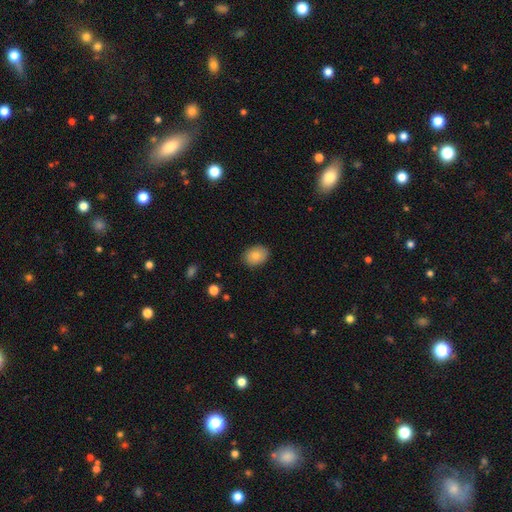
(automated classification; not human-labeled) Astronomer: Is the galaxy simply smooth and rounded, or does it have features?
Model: smooth — 82%.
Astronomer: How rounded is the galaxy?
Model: in between — 68%.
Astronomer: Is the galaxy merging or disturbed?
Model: none — 86%.